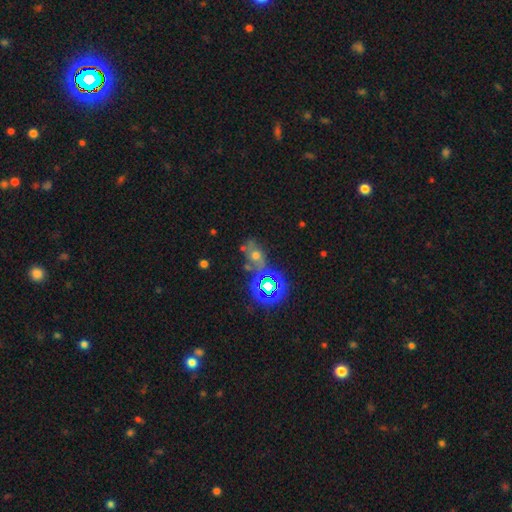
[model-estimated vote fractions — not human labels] smooth_or_featured: star or artifact (p=0.42) [alt: smooth p=0.38]